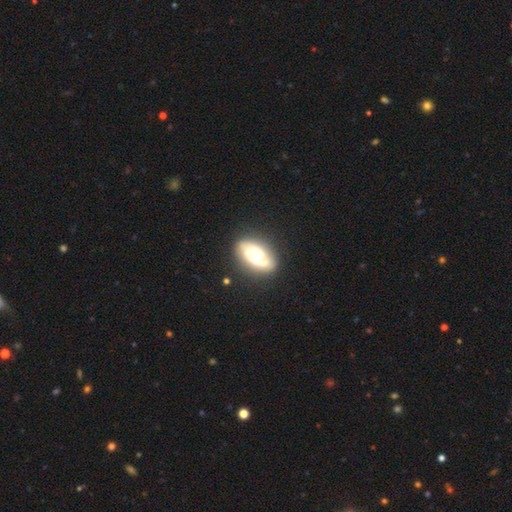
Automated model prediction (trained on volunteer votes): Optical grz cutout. It shows a featured or disk galaxy (61%) with no bar (66%), spiral arms (84%) and a large central bulge (47%). Merging: none (72%).